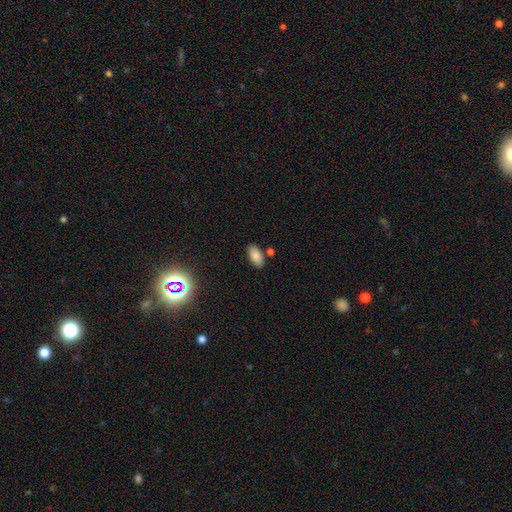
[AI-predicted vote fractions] Smooth or featured?
  - smooth: 84% *
  - star or artifact: 10%
  - featured or disk: 6%
How rounded?
  - in between: 93% *
  - cigar-shaped: 4%
  - round: 3%
Merging?
  - none: 81% *
  - minor disturbance: 10%
  - merger: 6%
  - major disturbance: 3%